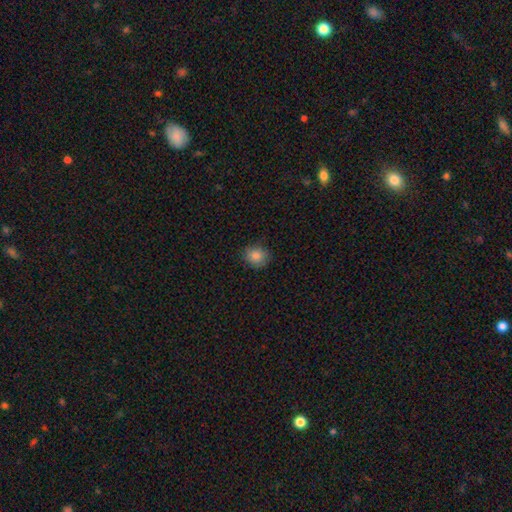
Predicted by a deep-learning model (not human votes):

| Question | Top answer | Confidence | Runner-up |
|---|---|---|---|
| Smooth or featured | smooth | 85% | star or artifact (10%) |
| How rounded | round | 79% | in between (20%) |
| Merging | none | 85% | minor disturbance (12%) |